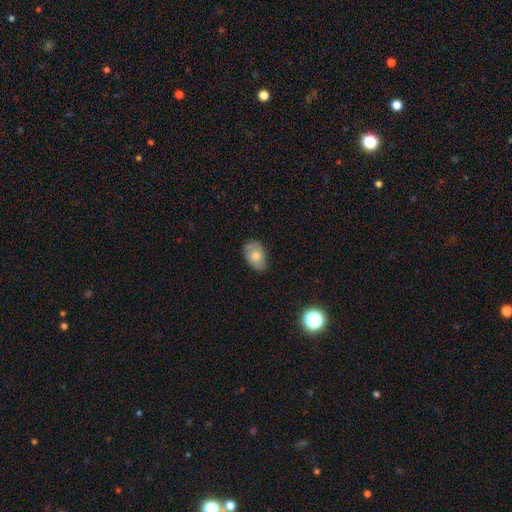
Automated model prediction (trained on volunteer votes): smooth_or_featured: smooth (p=0.66) [alt: featured or disk p=0.25]
how_rounded: in between (p=0.85) [alt: round p=0.13]
merging: none (p=0.72) [alt: minor disturbance p=0.23]